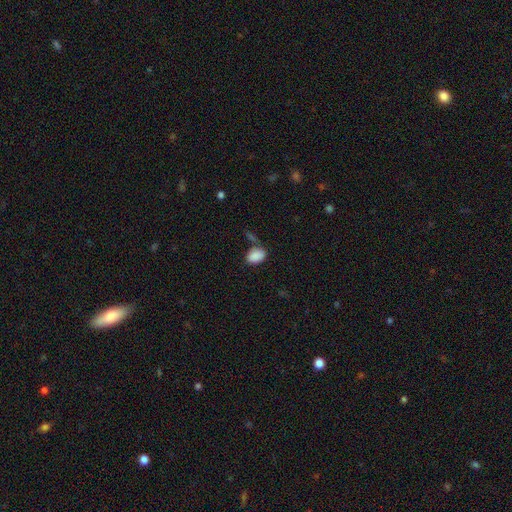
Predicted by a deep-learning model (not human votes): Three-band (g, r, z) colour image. It shows a smooth galaxy with no disk features (87%) that is in between round and cigar-shaped (87%). Merging: none (58%).